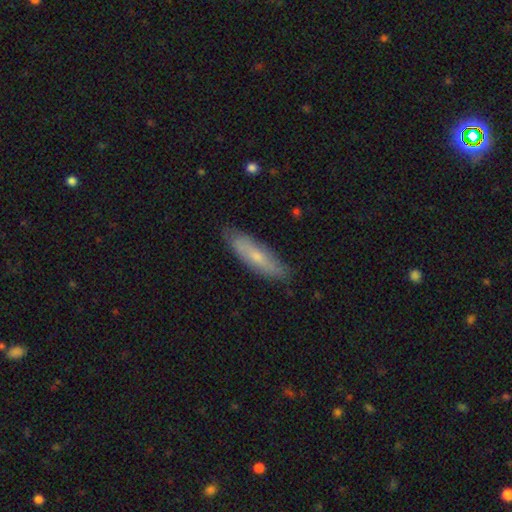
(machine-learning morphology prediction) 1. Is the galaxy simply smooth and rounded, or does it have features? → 59% smooth, 35% featured or disk, 6% star or artifact.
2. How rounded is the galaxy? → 67% cigar-shaped, 31% in between, 2% round.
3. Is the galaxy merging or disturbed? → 81% none, 15% minor disturbance, 3% major disturbance, 1% merger.